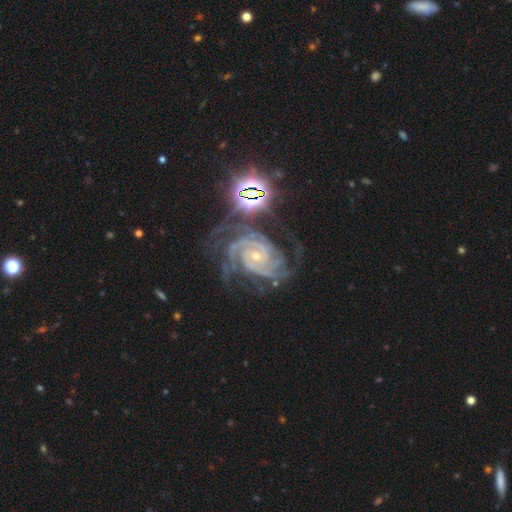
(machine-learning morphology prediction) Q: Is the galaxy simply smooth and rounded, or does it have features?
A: featured or disk — 89%.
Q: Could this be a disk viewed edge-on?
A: no — 98%.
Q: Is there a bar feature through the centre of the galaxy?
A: no — 62%.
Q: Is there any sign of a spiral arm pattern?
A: yes — 99%.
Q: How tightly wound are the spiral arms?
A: tight — 72%.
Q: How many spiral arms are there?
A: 3 — 30%.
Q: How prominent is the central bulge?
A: small — 74%.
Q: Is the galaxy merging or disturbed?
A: none — 62%.